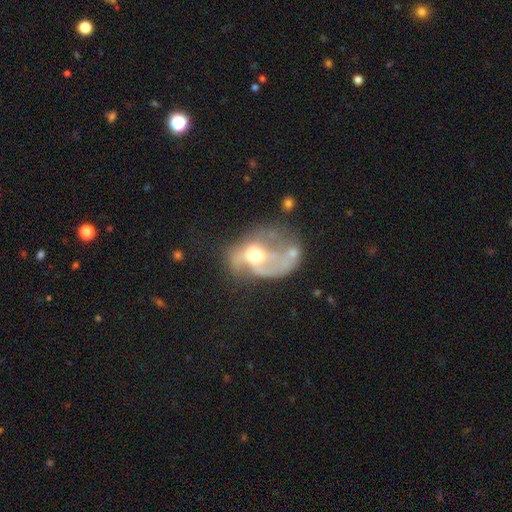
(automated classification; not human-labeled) Smooth or featured?
  - featured or disk: 65% *
  - smooth: 27%
  - star or artifact: 9%
Edge-on disk?
  - no: 97% *
  - yes: 3%
Bar?
  - no: 74% *
  - weak: 20%
  - strong: 5%
Spiral arms?
  - yes: 51% *
  - no: 49%
Bulge size?
  - moderate: 65% *
  - large: 17%
  - small: 13%
  - none: 3%
  - dominant: 2%
Merging?
  - major disturbance: 47% *
  - none: 19%
  - merger: 19%
  - minor disturbance: 15%